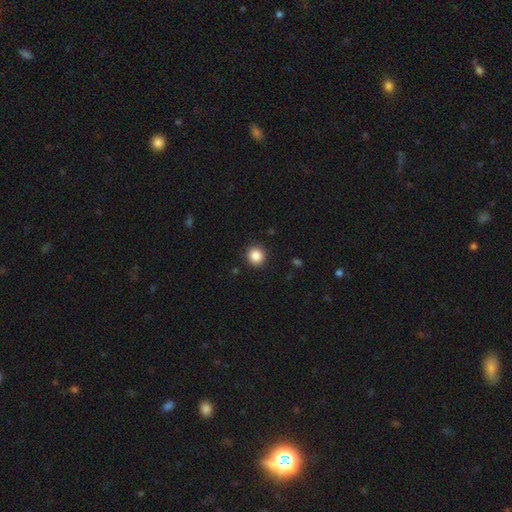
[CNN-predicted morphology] This appears to be a smooth galaxy with no disk features (87%) that is round (90%). Merging: none (90%).